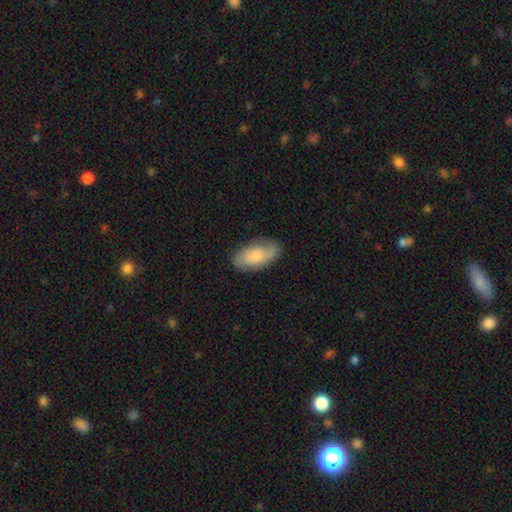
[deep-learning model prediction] This appears to be a smooth galaxy with no disk features (60%) that is in between round and cigar-shaped (94%). Merging: none (78%).